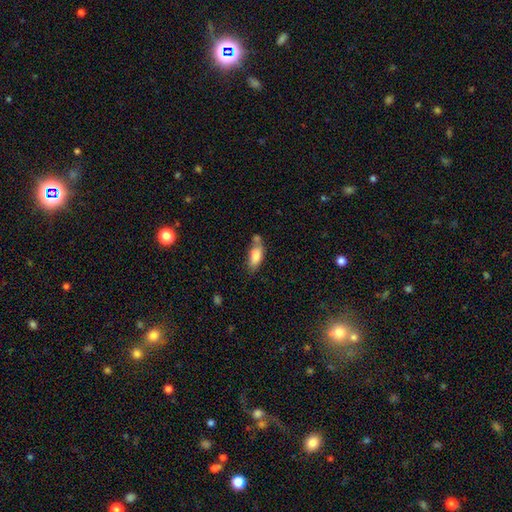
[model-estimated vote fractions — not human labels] Smooth or featured? smooth (80%)
How rounded? in between (80%)
Merging? none (39%)